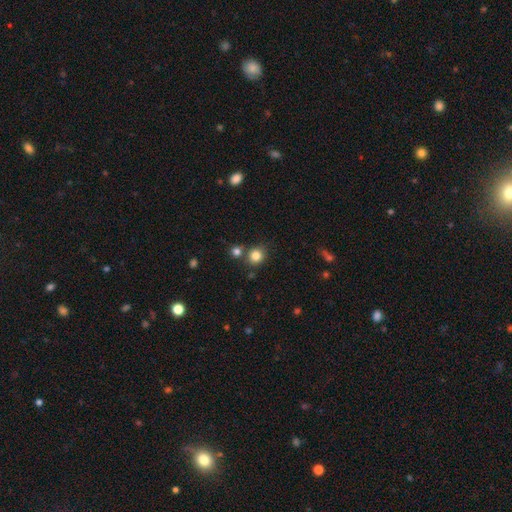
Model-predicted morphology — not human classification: A smooth galaxy with no disk features (82%) that is round (85%). Merging: none (73%).